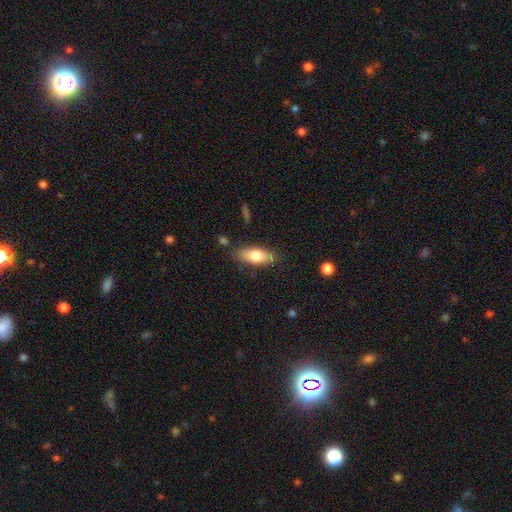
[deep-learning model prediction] A smooth galaxy with no disk features (74%) that is in between round and cigar-shaped (75%).

Vote fractions:
- Smooth or featured? smooth: 74% / featured or disk: 20% / star or artifact: 6%
- How rounded? in between: 75% / cigar-shaped: 22% / round: 3%
- Merging? none: 79% / minor disturbance: 15% / major disturbance: 3% / merger: 3%